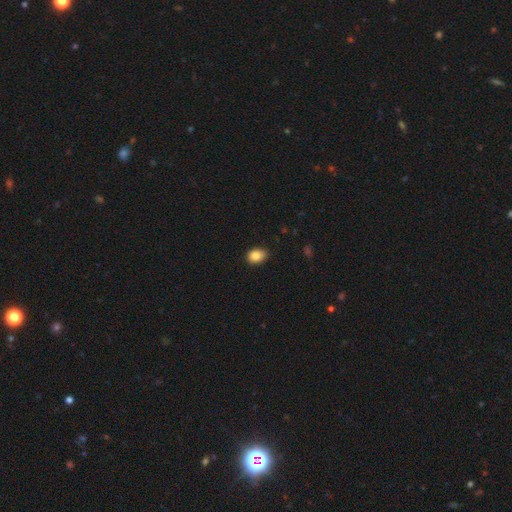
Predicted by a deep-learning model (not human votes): smooth-or-featured: smooth: 85% | star or artifact: 9% | featured or disk: 6%
  how-rounded: in between: 71% | round: 28% | cigar-shaped: 1%
  merging: none: 79% | minor disturbance: 17% | major disturbance: 2% | merger: 1%